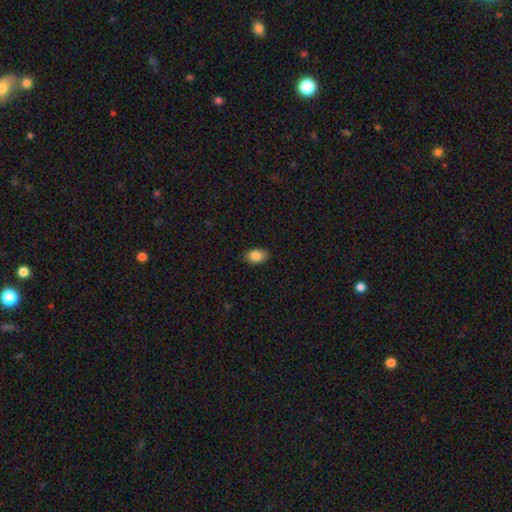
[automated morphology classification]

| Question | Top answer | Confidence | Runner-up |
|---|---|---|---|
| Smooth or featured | smooth | 86% | star or artifact (8%) |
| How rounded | in between | 85% | round (14%) |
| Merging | none | 86% | minor disturbance (11%) |